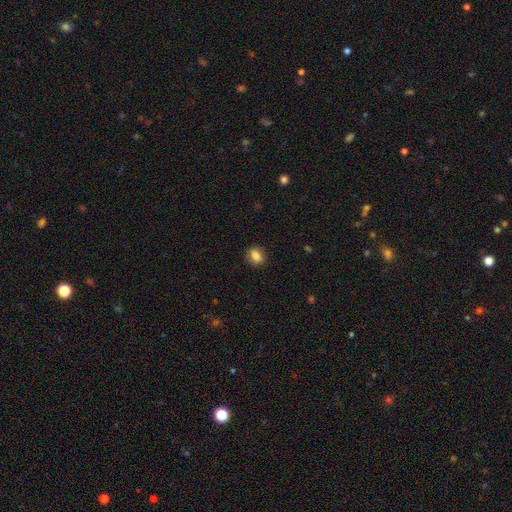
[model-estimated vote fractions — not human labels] Smooth or featured? smooth (85%)
How rounded? in between (68%)
Merging? none (85%)